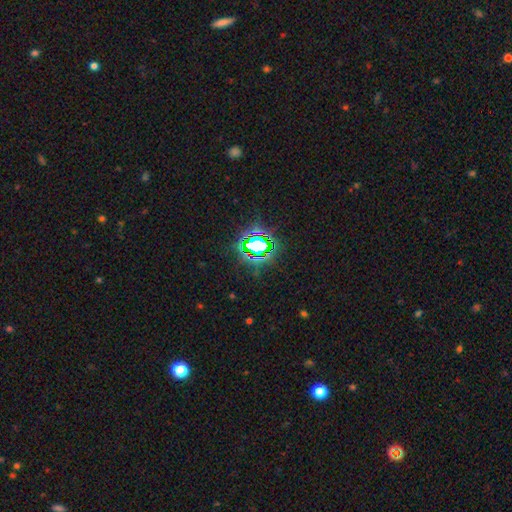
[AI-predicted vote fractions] This appears to be a star or artifact, not a galaxy (80%).